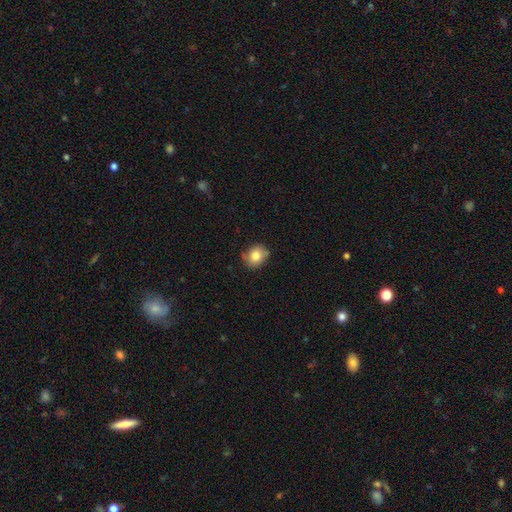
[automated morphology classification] Smooth or featured? Predicted: smooth (p=0.79). How rounded? Predicted: round (p=0.67). Merging? Predicted: none (p=0.73).